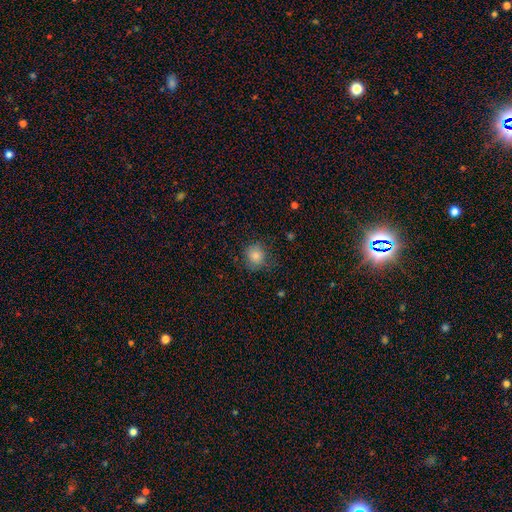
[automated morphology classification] A smooth galaxy with no disk features (83%) that is round (82%). Merging: none (74%).